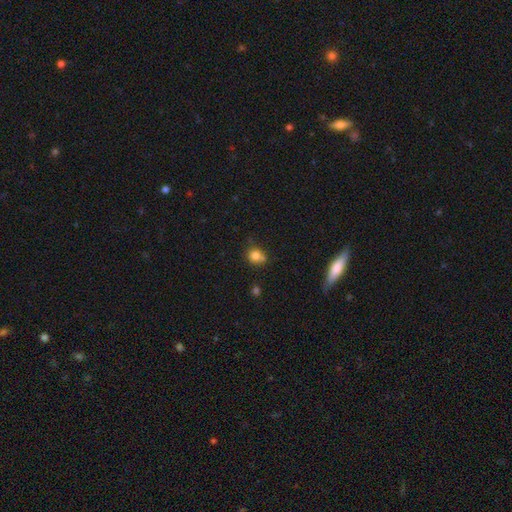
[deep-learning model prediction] A smooth galaxy with no disk features (79%) that is round (76%).

Vote fractions:
- Smooth or featured? smooth: 79% / star or artifact: 12% / featured or disk: 9%
- How rounded? round: 76% / in between: 23% / cigar-shaped: 1%
- Merging? none: 56% / minor disturbance: 21% / merger: 17% / major disturbance: 6%